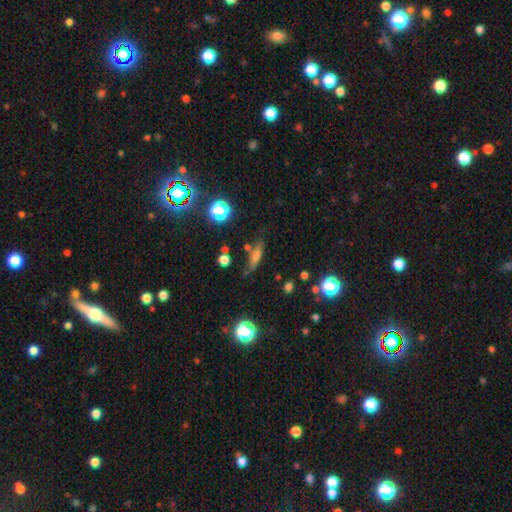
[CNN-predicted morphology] The model was most divided on "smooth or featured": smooth: 57%, featured or disk: 27%, star or artifact: 17%. More confident: merging — none (71%); how rounded — cigar-shaped (64%).